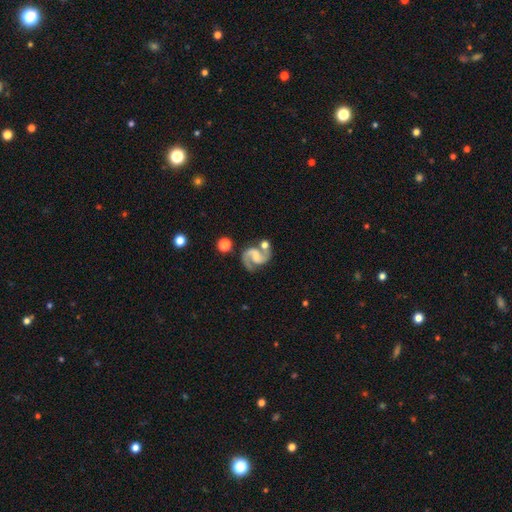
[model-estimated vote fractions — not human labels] smooth_or_featured: featured or disk (p=0.88) [alt: smooth p=0.06]
disk_edge_on: no (p=0.98) [alt: yes p=0.02]
bar: weak (p=0.45) [alt: no p=0.30]
has_spiral_arms: yes (p=0.97) [alt: no p=0.03]
spiral_winding: medium (p=0.59) [alt: loose p=0.27]
spiral_arm_count: 2 (p=0.92) [alt: 1 p=0.03]
bulge_size: none (p=0.43) [alt: small p=0.33]
merging: none (p=0.65) [alt: minor disturbance p=0.15]